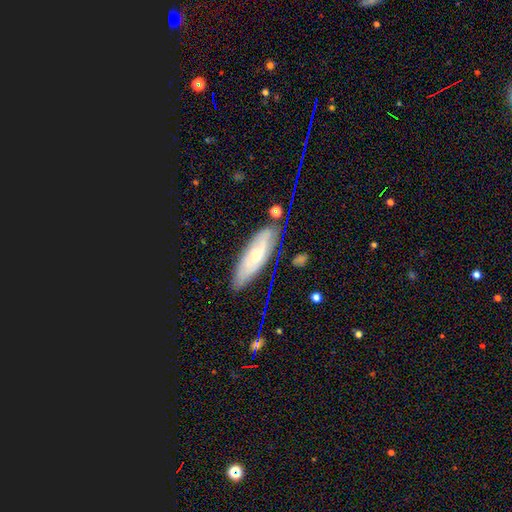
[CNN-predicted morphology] type=featured or disk (52%); edge-on=no (71%); merging=none (72%).